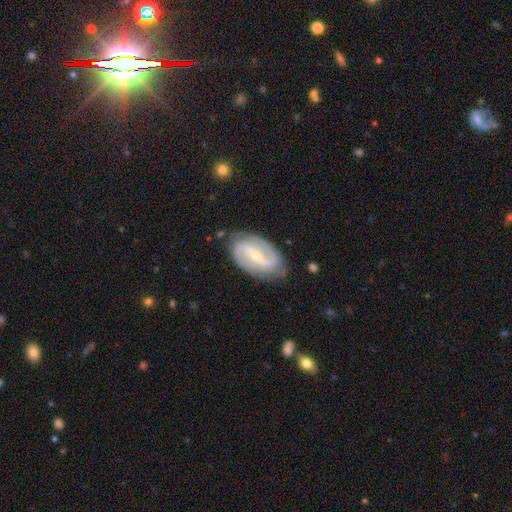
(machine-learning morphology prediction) Smooth or featured?
  - featured or disk: 88% *
  - smooth: 8%
  - star or artifact: 5%
Edge-on disk?
  - no: 96% *
  - yes: 4%
Bar?
  - strong: 42% *
  - weak: 37%
  - no: 22%
Spiral arms?
  - yes: 96% *
  - no: 4%
Spiral winding?
  - medium: 46% *
  - tight: 27%
  - loose: 26%
Spiral arm count?
  - 2: 89% *
  - can't tell: 4%
  - 3: 3%
  - 1: 1%
  - 4: 1%
  - more than 4: 1%
Bulge size?
  - small: 65% *
  - moderate: 32%
  - none: 1%
  - large: 1%
  - dominant: 1%
Merging?
  - none: 80% *
  - minor disturbance: 15%
  - major disturbance: 4%
  - merger: 1%